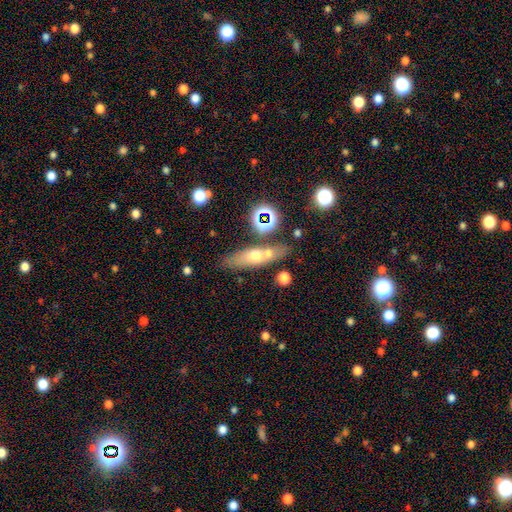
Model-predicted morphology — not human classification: smooth-or-featured: smooth: 53% | featured or disk: 34% | star or artifact: 13%
  how-rounded: cigar-shaped: 54% | in between: 39% | round: 7%
  merging: none: 60% | merger: 22% | minor disturbance: 13% | major disturbance: 5%